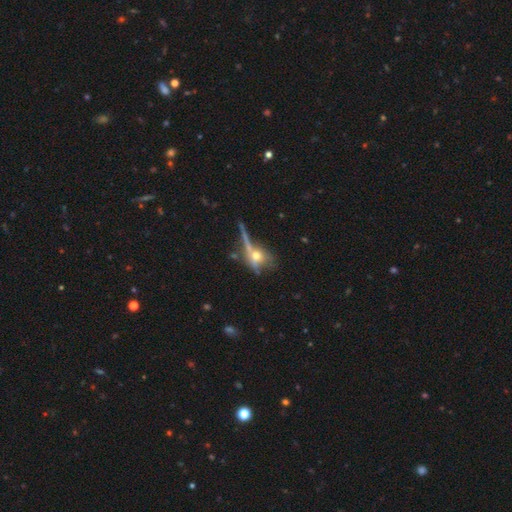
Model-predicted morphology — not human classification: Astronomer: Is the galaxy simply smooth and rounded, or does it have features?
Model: smooth — 46% (runner-up: featured or disk, 40%).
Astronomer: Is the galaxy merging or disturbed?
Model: none — 45% (runner-up: major disturbance, 20%).